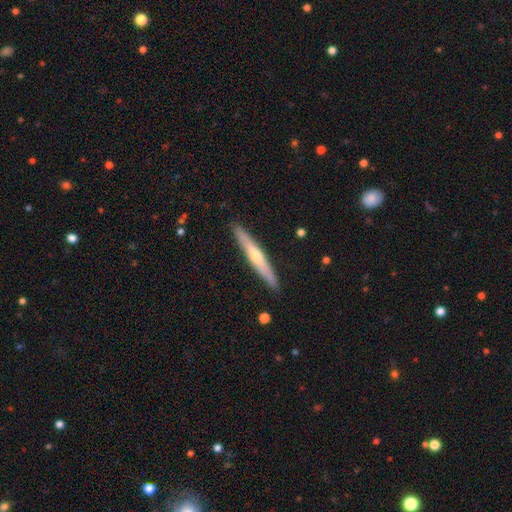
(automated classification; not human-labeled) smooth-or-featured: featured or disk: 54% | smooth: 40% | star or artifact: 5%
  disk-edge-on: yes: 94% | no: 6%
    edge-on-bulge: rounded: 72% | none: 24% | boxy: 4%
  merging: none: 90% | minor disturbance: 7% | major disturbance: 1% | merger: 1%